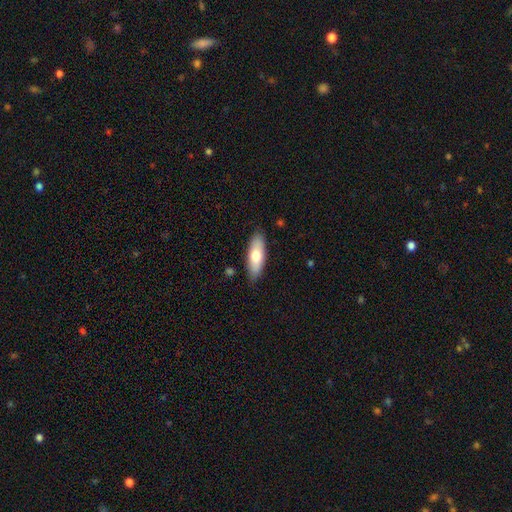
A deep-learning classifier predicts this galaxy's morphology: The model was most divided on "how rounded": in between: 70%, cigar-shaped: 28%, round: 2%. More confident: merging — none (85%); smooth or featured — smooth (69%).